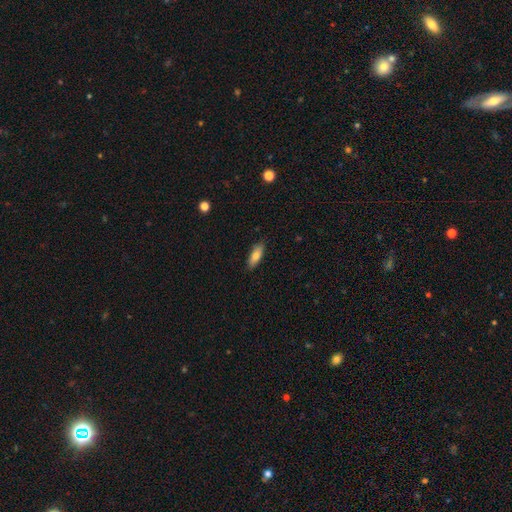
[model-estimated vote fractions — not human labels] This appears to be a smooth galaxy with no disk features (78%) that is in between round and cigar-shaped (61%). Merging: none (86%).